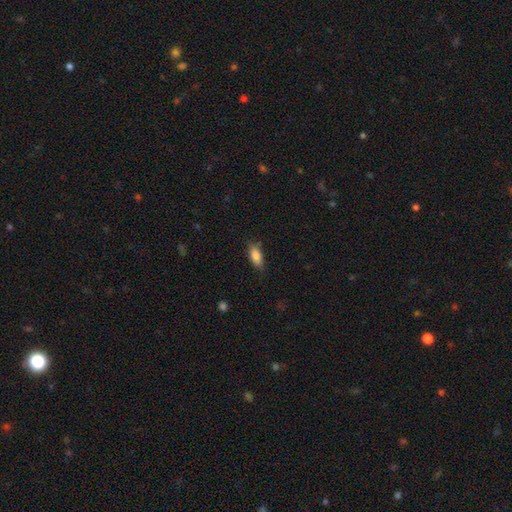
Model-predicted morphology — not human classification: Smooth or featured? smooth (86%)
How rounded? in between (83%)
Merging? none (77%)